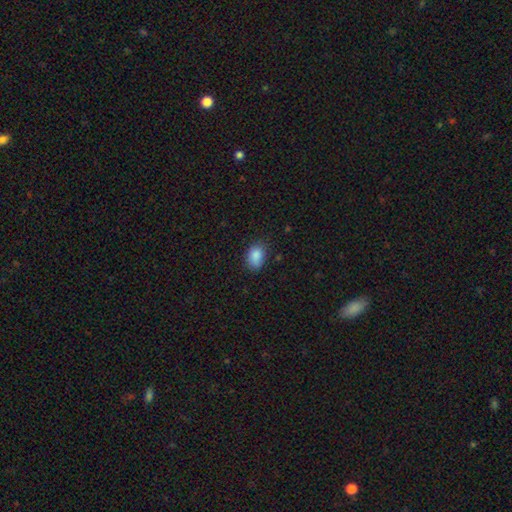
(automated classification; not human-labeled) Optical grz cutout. It shows a smooth galaxy with no disk features (87%) that is in between round and cigar-shaped (76%). Merging: none (74%).